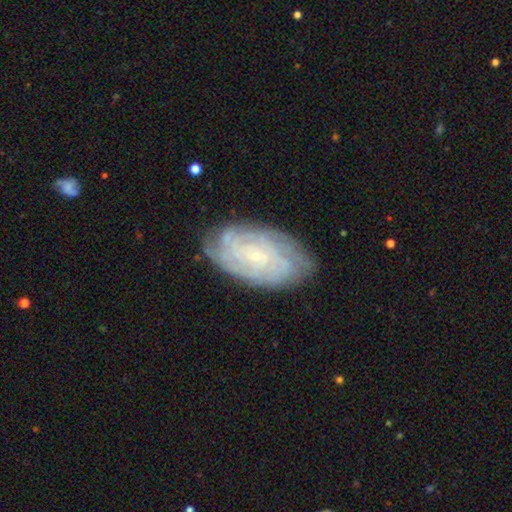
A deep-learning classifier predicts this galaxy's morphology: Smooth or featured: featured or disk — 80% (smooth — 14%)
Edge-on disk: no — 95% (yes — 5%)
Bar: no — 74% (weak — 21%)
Spiral arms: yes — 94% (no — 6%)
Spiral winding: tight — 80% (medium — 17%)
Spiral arm count: can't tell — 41% (4 — 20%)
Bulge size: small — 86% (moderate — 10%)
Merging: none — 78% (minor disturbance — 17%)